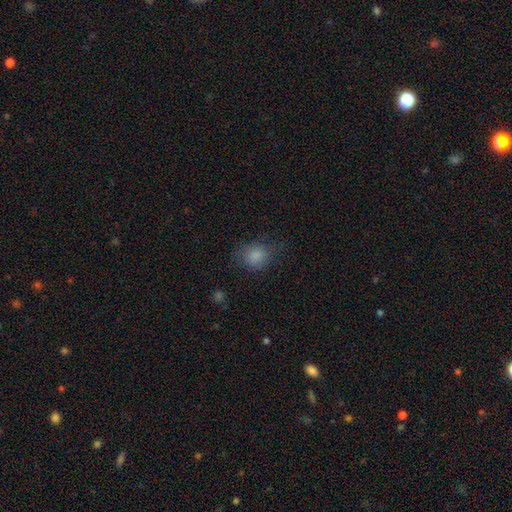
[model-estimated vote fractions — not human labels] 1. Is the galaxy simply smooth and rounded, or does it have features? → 83% smooth, 11% star or artifact, 6% featured or disk.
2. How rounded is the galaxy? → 70% round, 29% in between, 1% cigar-shaped.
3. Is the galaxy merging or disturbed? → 70% none, 20% minor disturbance, 9% major disturbance, 1% merger.